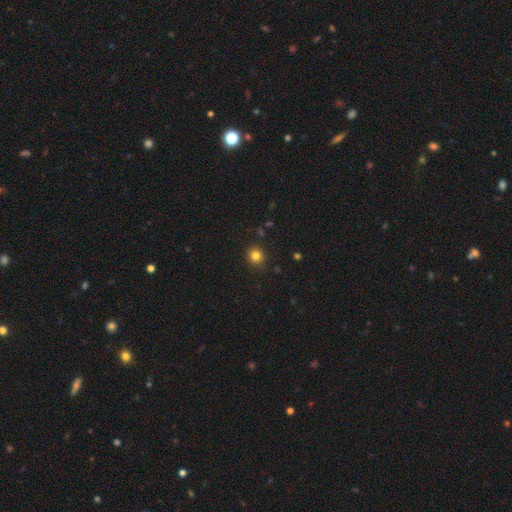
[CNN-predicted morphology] smooth-or-featured: smooth: 82% | star or artifact: 13% | featured or disk: 5%
  how-rounded: round: 89% | in between: 10% | cigar-shaped: 1%
  merging: none: 90% | minor disturbance: 7% | major disturbance: 2% | merger: 1%